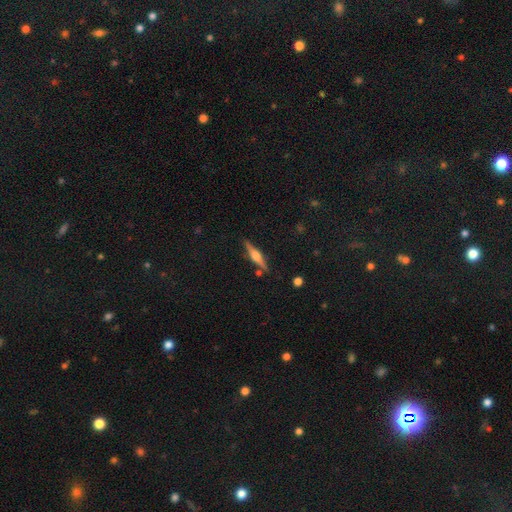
smooth-or-featured: featured or disk: 76% | smooth: 16% | star or artifact: 8%
  disk-edge-on: yes: 100% | no: 0%
    edge-on-bulge: rounded: 83% | boxy: 14% | none: 3%
  merging: none: 83% | minor disturbance: 9% | merger: 9% | major disturbance: 0%